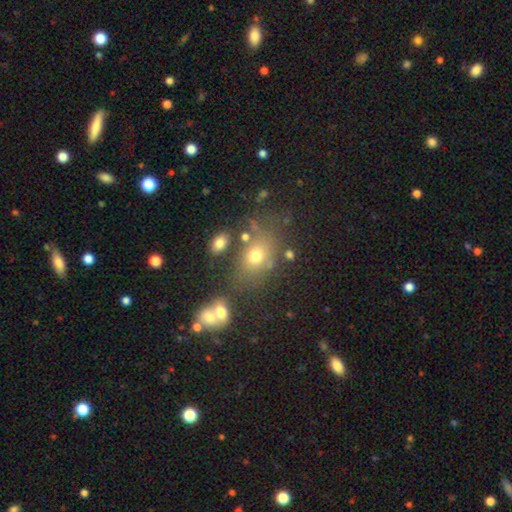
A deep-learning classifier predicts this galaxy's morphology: smooth_or_featured: smooth (p=0.67) [alt: star or artifact p=0.17]
how_rounded: in between (p=0.67) [alt: round p=0.31]
merging: none (p=0.63) [alt: minor disturbance p=0.15]